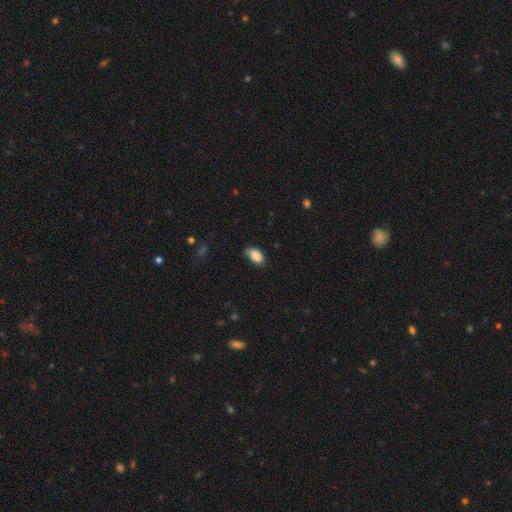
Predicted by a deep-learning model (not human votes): Q: Smooth or featured?
A: smooth (88%); runner-up: star or artifact (7%)
Q: How rounded?
A: in between (93%); runner-up: round (5%)
Q: Merging?
A: none (65%); runner-up: minor disturbance (28%)